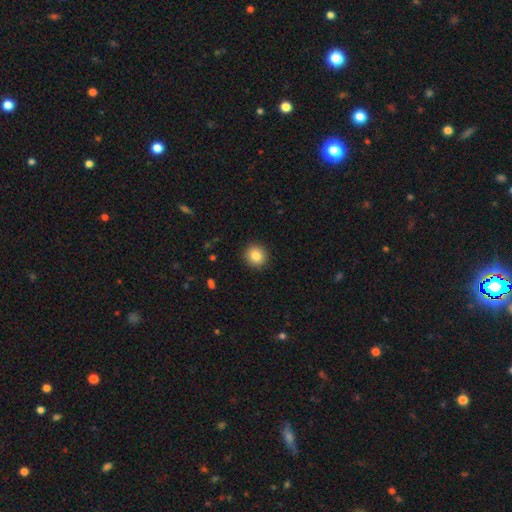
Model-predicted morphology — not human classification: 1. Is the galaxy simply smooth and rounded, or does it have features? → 85% smooth, 9% star or artifact, 6% featured or disk.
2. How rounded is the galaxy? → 90% round, 9% in between, 1% cigar-shaped.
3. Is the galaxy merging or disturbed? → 92% none, 5% minor disturbance, 2% major disturbance, 1% merger.